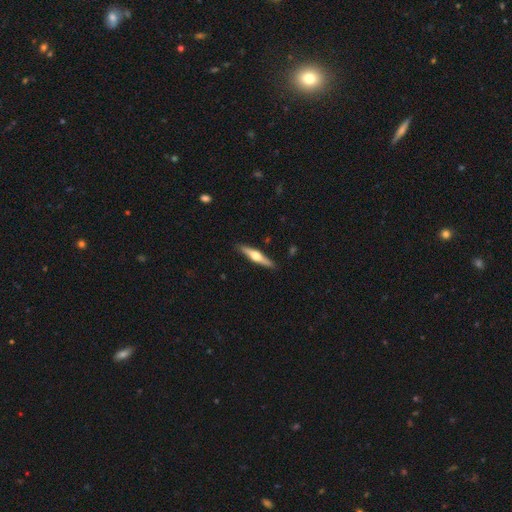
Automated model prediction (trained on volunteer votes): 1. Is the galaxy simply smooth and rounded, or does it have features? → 65% featured or disk, 30% smooth, 5% star or artifact.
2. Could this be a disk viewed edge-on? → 97% yes, 3% no.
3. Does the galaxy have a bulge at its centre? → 92% rounded, 5% boxy, 3% none.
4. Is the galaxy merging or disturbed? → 90% none, 8% minor disturbance, 2% major disturbance, 1% merger.